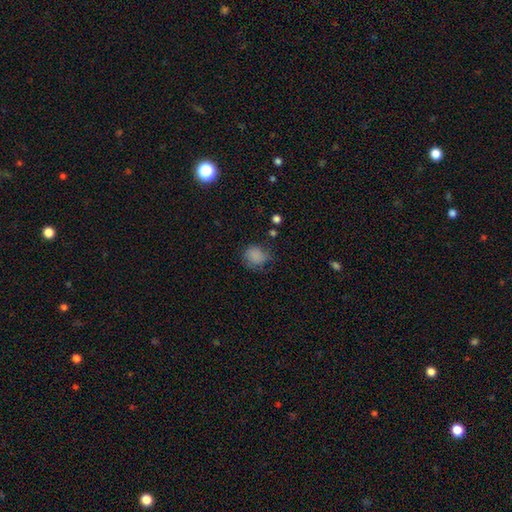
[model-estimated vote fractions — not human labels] Overall: smooth (81%). How rounded: round (75%). Merging: none (60%; minor disturbance 26%).